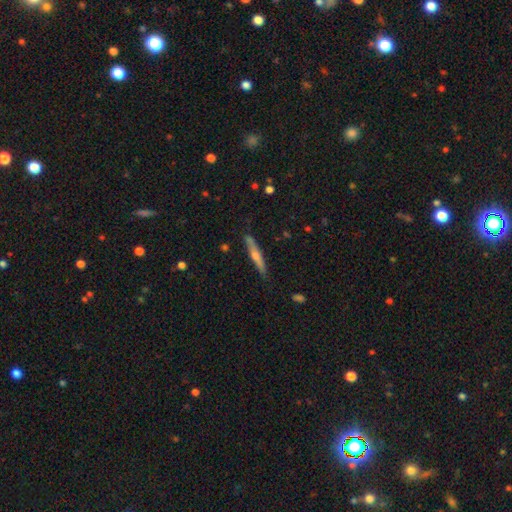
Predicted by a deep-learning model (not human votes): featured or disk 55%, smooth 38%, star or artifact 6%. Down the decision tree: edge-on disk — yes (95%); edge-on bulge — rounded (75%); merging — none (86%).